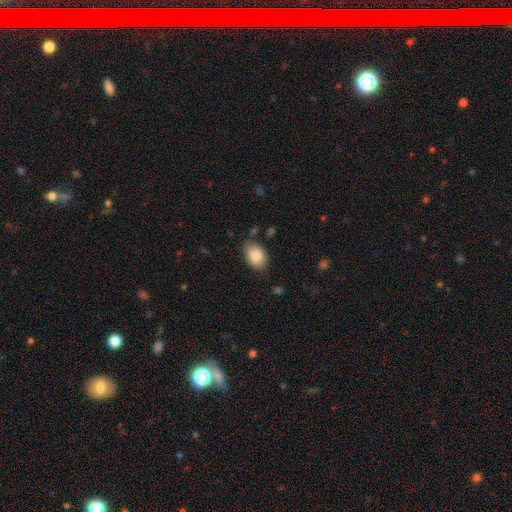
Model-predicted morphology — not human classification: Q: Smooth or featured?
A: smooth (86%); runner-up: star or artifact (7%)
Q: How rounded?
A: in between (75%); runner-up: round (24%)
Q: Merging?
A: none (79%); runner-up: minor disturbance (15%)